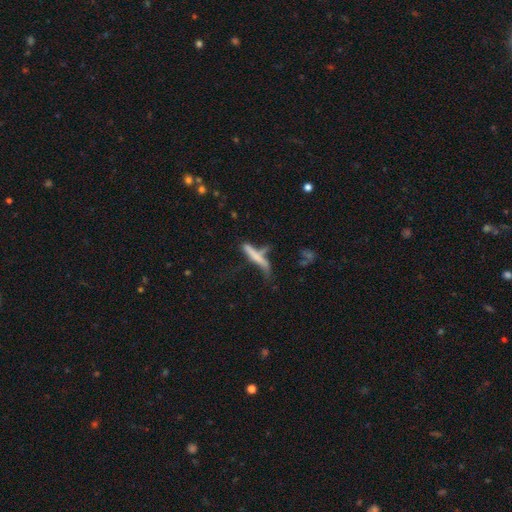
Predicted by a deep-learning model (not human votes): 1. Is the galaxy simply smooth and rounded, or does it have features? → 54% smooth, 37% featured or disk, 9% star or artifact.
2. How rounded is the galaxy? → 90% cigar-shaped, 8% in between, 2% round.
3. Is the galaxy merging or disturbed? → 42% none, 22% merger, 19% minor disturbance, 16% major disturbance.